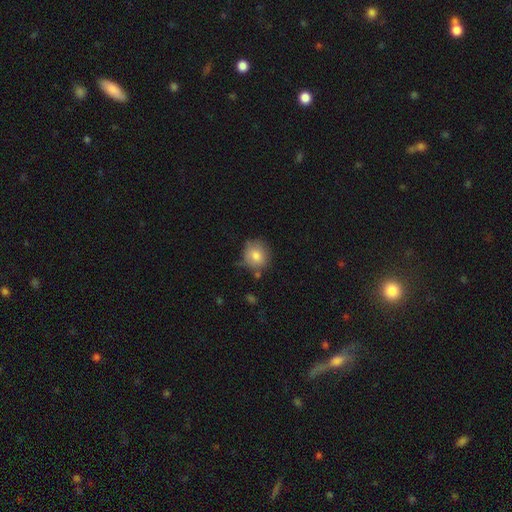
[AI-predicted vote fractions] smooth-or-featured: smooth: 80% | featured or disk: 11% | star or artifact: 9%
  how-rounded: round: 84% | in between: 15% | cigar-shaped: 1%
  merging: none: 69% | minor disturbance: 21% | merger: 5% | major disturbance: 5%